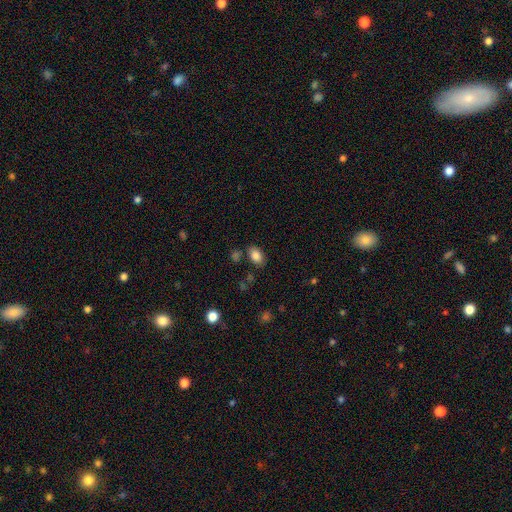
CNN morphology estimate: Smooth or featured?
  - smooth: 84% *
  - star or artifact: 9%
  - featured or disk: 7%
How rounded?
  - in between: 84% *
  - round: 15%
  - cigar-shaped: 1%
Merging?
  - none: 79% *
  - minor disturbance: 12%
  - merger: 5%
  - major disturbance: 3%